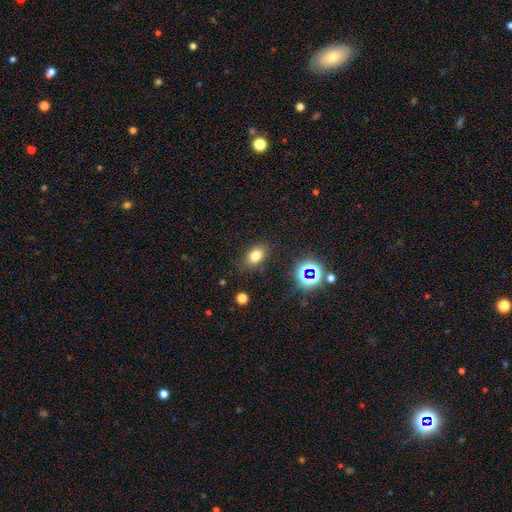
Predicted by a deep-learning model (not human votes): smooth-or-featured: smooth: 76% | star or artifact: 17% | featured or disk: 8%
  how-rounded: in between: 76% | round: 22% | cigar-shaped: 1%
  merging: none: 83% | minor disturbance: 11% | major disturbance: 4% | merger: 2%